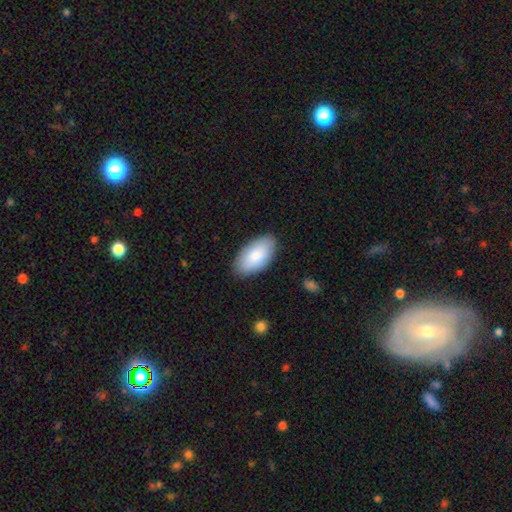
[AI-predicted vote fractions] Smooth or featured? Predicted: smooth (p=0.84). How rounded? Predicted: in between (p=0.96). Merging? Predicted: none (p=0.86).